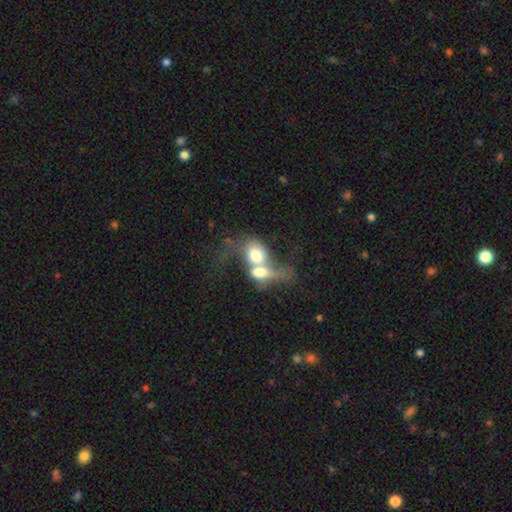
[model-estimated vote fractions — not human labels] Morphology: type=smooth (56%); roundness=in between (55%); merging=merger (82%).